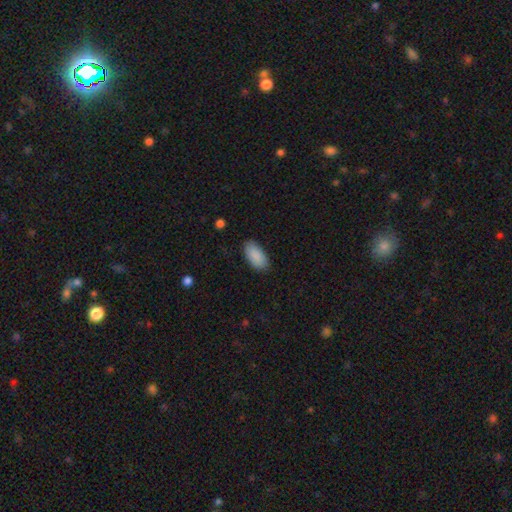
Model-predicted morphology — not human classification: This appears to be a smooth galaxy with no disk features (89%) that is in between round and cigar-shaped (94%). Merging: none (84%).